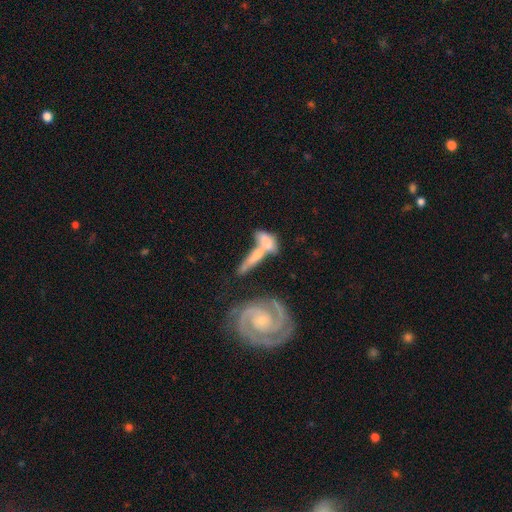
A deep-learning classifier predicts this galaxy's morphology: smooth-or-featured: smooth: 47% | featured or disk: 46% | star or artifact: 7%
  merging: merger: 59% | none: 25% | minor disturbance: 10% | major disturbance: 6%